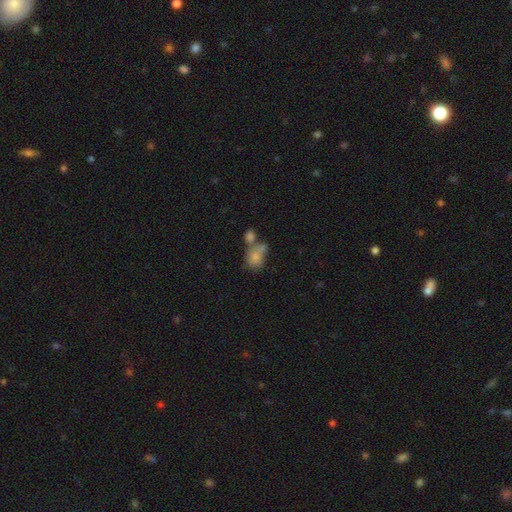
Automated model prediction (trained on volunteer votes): The model was most divided on "merging": merger: 50%, none: 26%, minor disturbance: 14%, major disturbance: 10%. More confident: smooth or featured — smooth (78%); how rounded — in between (61%).